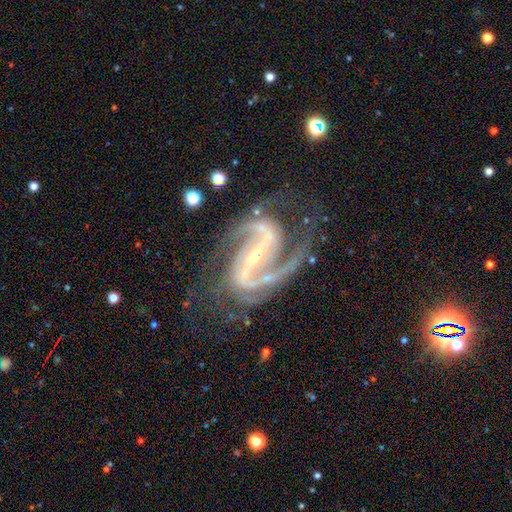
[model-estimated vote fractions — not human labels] This is clearly a featured or disk galaxy (93%). It is clearly not viewed edge-on (97%). Bar: likely strong (70%). Spiral arm pattern: clearly yes (99%). Spiral arm count: clearly 2 (85%). Spiral winding: possibly medium (59%). Central bulge: likely small (77%). Merging: likely none (67%).